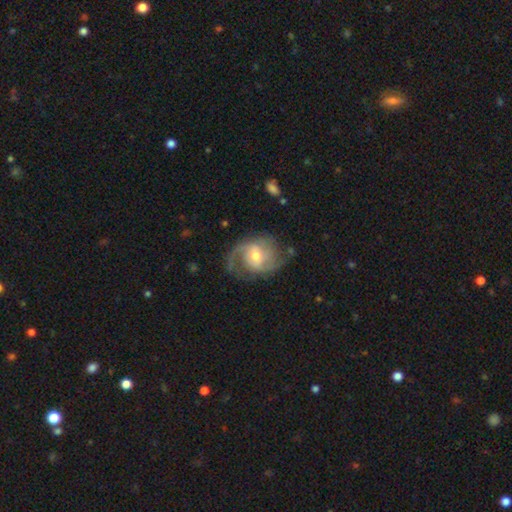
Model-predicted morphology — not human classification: This appears to be a featured or disk galaxy (80%) with a weak bar (48%), 2 (65%) medium (47%) spiral arms (93%) and a moderate central bulge (57%). Merging: none (61%).